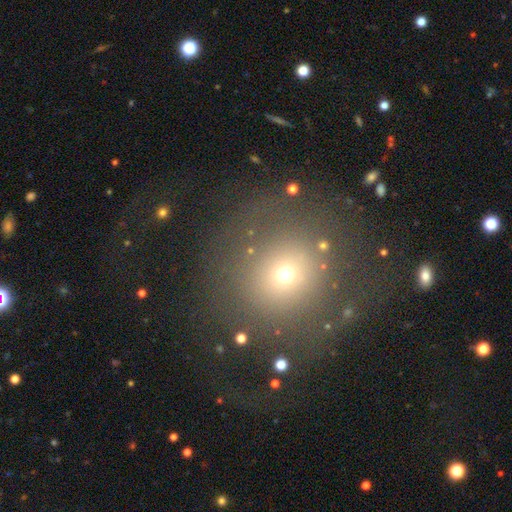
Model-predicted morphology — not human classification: Q: Smooth or featured?
A: smooth (53%); runner-up: featured or disk (25%)
Q: How rounded?
A: round (90%); runner-up: in between (8%)
Q: Merging?
A: none (68%); runner-up: major disturbance (17%)